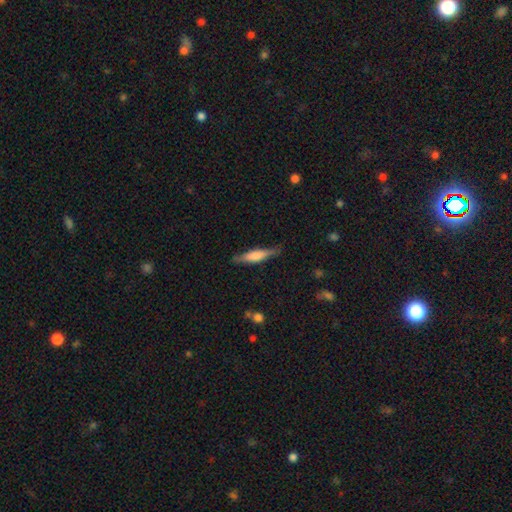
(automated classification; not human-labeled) The model was most divided on "smooth or featured": smooth: 53%, featured or disk: 41%, star or artifact: 6%. More confident: merging — none (81%); how rounded — cigar-shaped (80%).